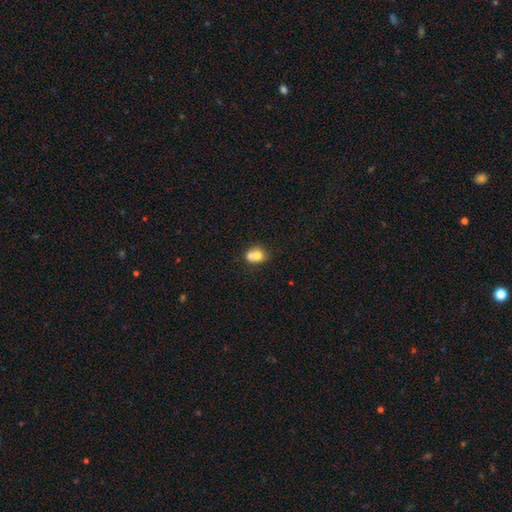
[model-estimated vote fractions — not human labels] Smooth or featured? smooth (70%)
How rounded? round (68%)
Merging? merger (61%)